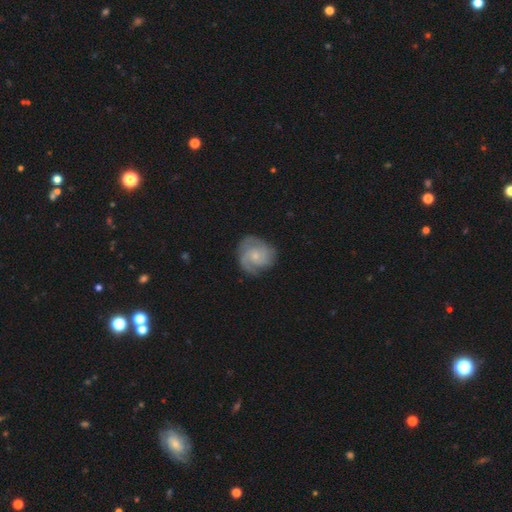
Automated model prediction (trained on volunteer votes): Morphology: type=featured or disk (79%); edge-on=no (98%); bar=no (73%); spiral arms=yes (96%); winding=tight (49%); arm count=3 (37%); bulge=small (69%); merging=none (76%).